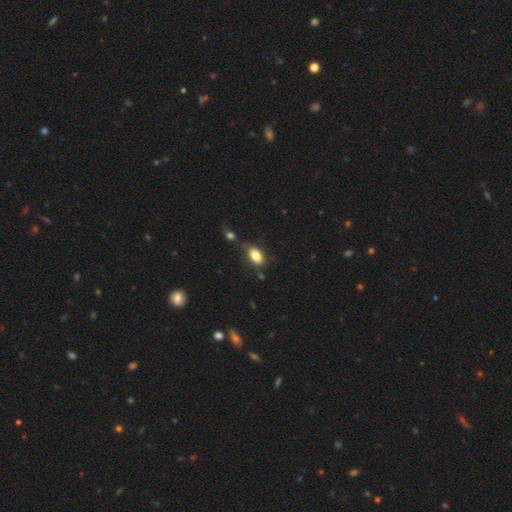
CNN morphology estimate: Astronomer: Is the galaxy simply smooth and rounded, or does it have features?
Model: smooth — 82%.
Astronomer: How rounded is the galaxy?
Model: in between — 90%.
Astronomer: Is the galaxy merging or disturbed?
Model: none — 61%.